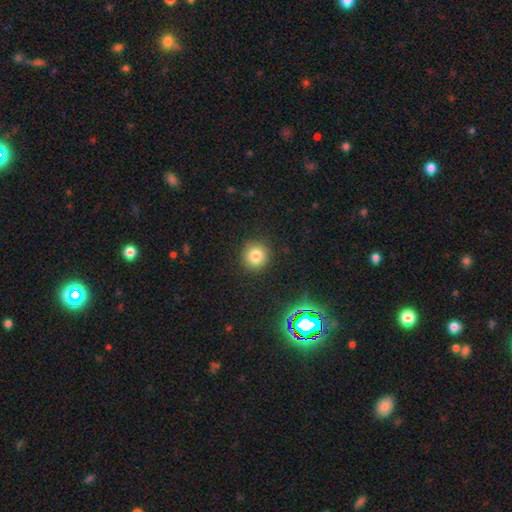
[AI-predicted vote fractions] smooth 80%, star or artifact 13%, featured or disk 7%. Down the decision tree: how rounded — round (93%); merging — none (90%).